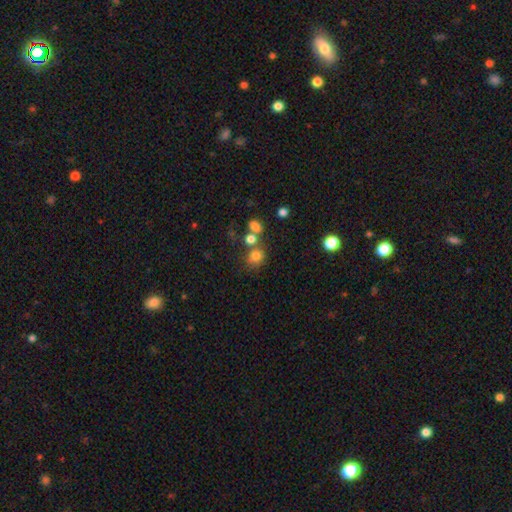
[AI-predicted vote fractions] The model was most divided on "merging": none: 52%, merger: 30%, minor disturbance: 12%, major disturbance: 6%. More confident: smooth or featured — smooth (76%); how rounded — round (73%).